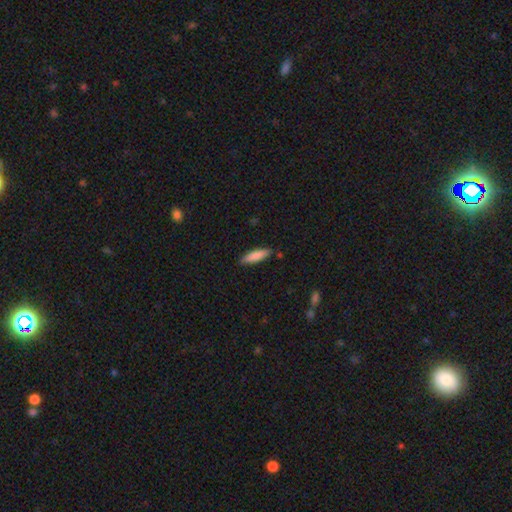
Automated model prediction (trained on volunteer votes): Smooth or featured? Predicted: smooth (p=0.83). How rounded? Predicted: cigar-shaped (p=0.69). Merging? Predicted: none (p=0.85).